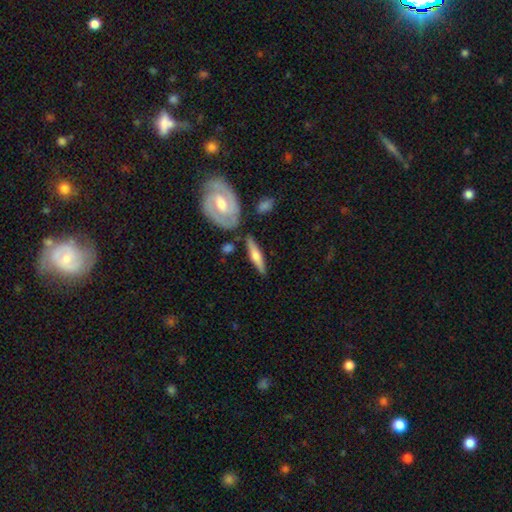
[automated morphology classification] Smooth or featured? Predicted: featured or disk (p=0.56). Edge-on disk? Predicted: yes (p=0.85). Merging? Predicted: none (p=0.79).